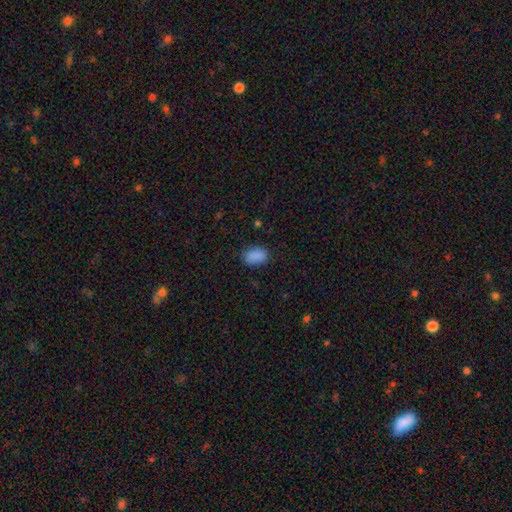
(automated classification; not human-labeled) smooth 87%, star or artifact 9%, featured or disk 4%. Down the decision tree: how rounded — in between (87%); merging — none (77%).